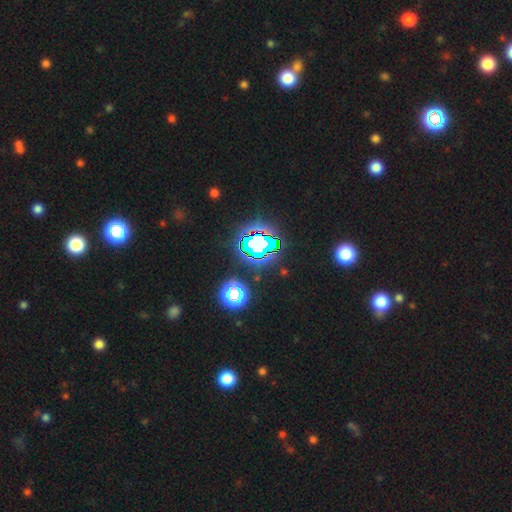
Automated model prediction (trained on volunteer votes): smooth-or-featured: star or artifact: 80% | smooth: 13% | featured or disk: 7%